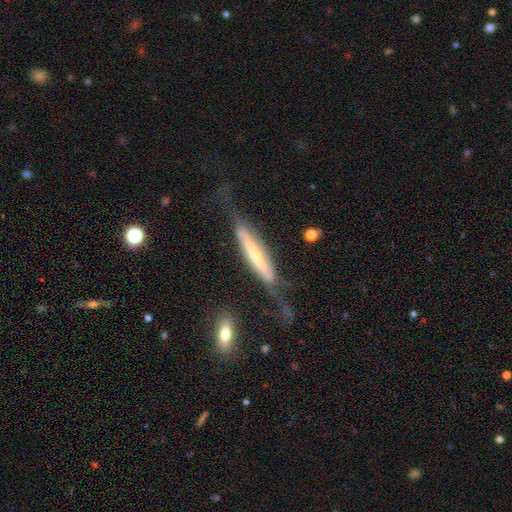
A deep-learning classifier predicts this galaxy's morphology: This is likely a featured or disk galaxy (67%). It is likely viewed edge-on (75%). Edge-on bulge: marginally rounded (42%). Merging: possibly none (47%).